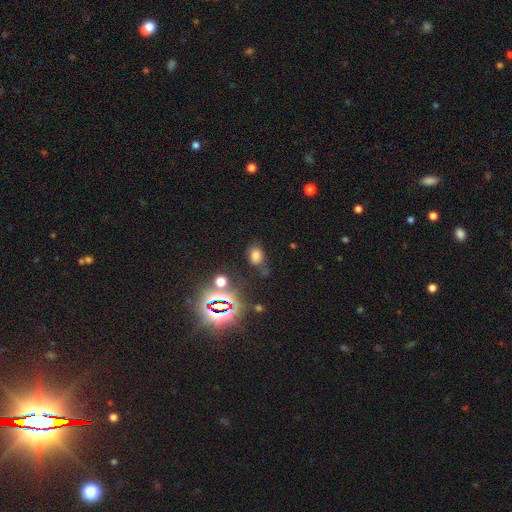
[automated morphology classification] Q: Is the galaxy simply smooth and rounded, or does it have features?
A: smooth — 66%.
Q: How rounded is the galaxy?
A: in between — 65%.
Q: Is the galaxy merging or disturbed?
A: none — 66%.